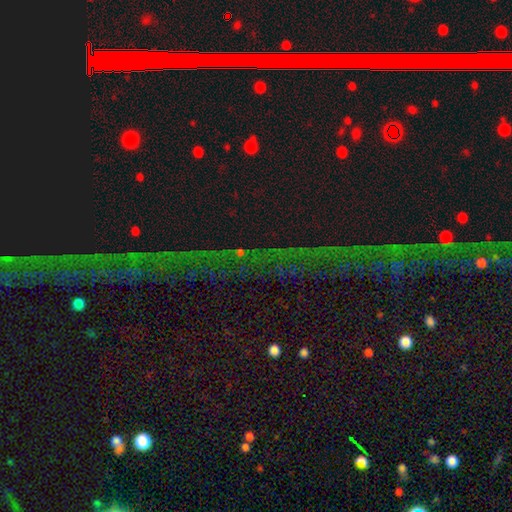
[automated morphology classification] This is clearly a star or artifact rather than a galaxy (82%).